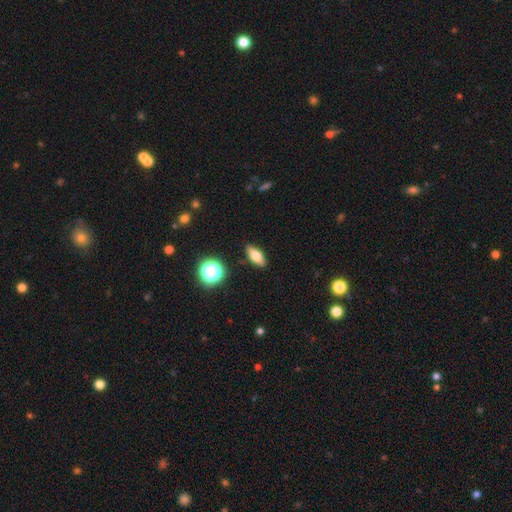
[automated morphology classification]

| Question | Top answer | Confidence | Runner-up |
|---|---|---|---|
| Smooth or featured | smooth | 66% | featured or disk (24%) |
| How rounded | in between | 70% | cigar-shaped (23%) |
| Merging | none | 89% | minor disturbance (8%) |